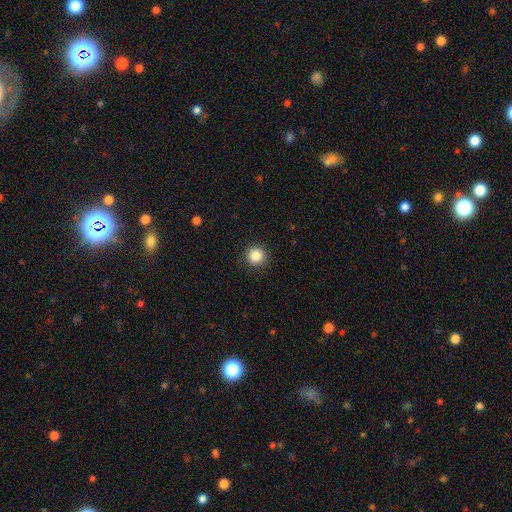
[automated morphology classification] Smooth or featured?
  - smooth: 86% *
  - star or artifact: 10%
  - featured or disk: 4%
How rounded?
  - round: 95% *
  - in between: 4%
  - cigar-shaped: 1%
Merging?
  - none: 92% *
  - minor disturbance: 5%
  - major disturbance: 2%
  - merger: 1%